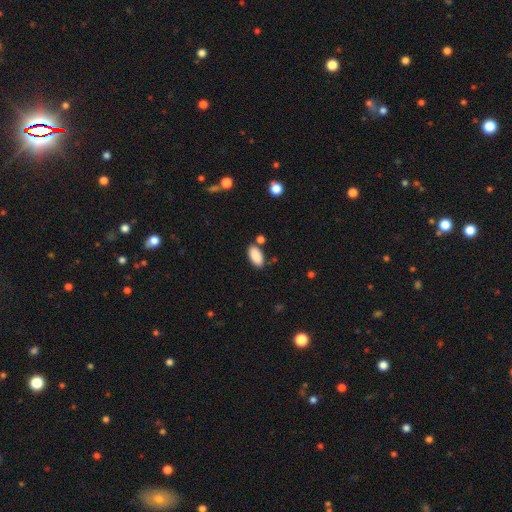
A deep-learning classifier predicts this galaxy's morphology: smooth-or-featured: smooth: 89% | star or artifact: 7% | featured or disk: 4%
  how-rounded: in between: 93% | cigar-shaped: 4% | round: 2%
  merging: none: 77% | minor disturbance: 12% | merger: 8% | major disturbance: 3%